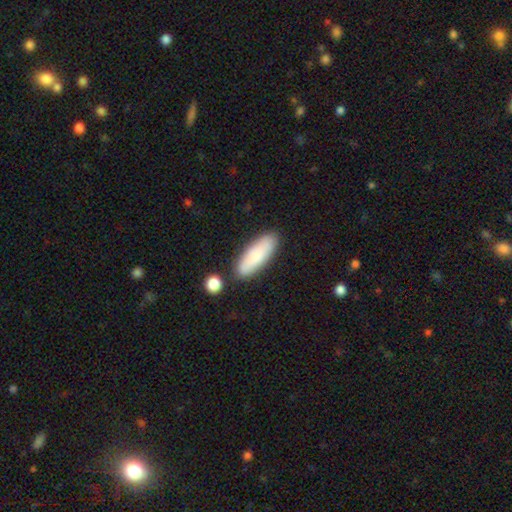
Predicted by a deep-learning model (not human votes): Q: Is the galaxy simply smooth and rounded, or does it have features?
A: smooth — 83%.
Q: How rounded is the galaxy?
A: in between — 57%.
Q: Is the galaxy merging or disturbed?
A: none — 82%.